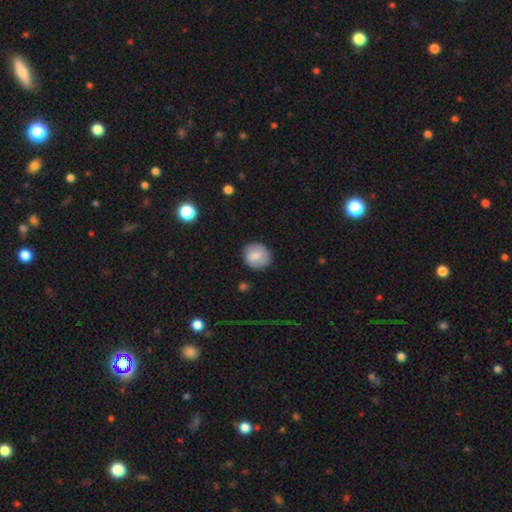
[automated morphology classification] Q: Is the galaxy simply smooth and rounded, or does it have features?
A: smooth — 79%.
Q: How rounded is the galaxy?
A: round — 85%.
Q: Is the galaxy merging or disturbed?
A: none — 83%.